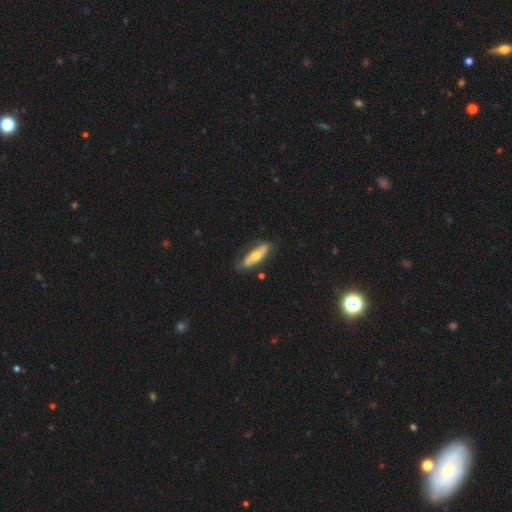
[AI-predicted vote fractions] Smooth or featured: smooth — 48% (featured or disk — 46%)
Merging: none — 70% (minor disturbance — 21%)